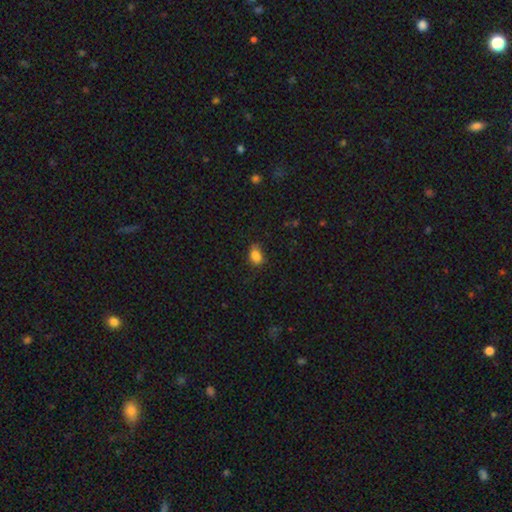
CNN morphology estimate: smooth 84%, star or artifact 11%, featured or disk 6%. Down the decision tree: how rounded — in between (78%); merging — none (61%).